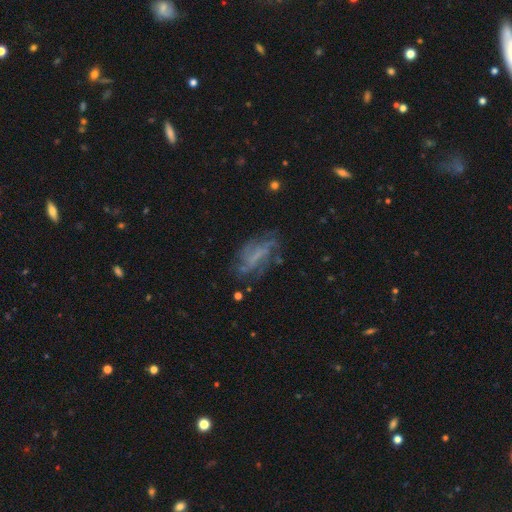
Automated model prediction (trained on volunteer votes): Overall: featured or disk (64%). Edge-on disk: no (92%). Bar: no (45%; weak 33%). Spiral arms: yes (64%; no 36%). Bulge size: none (67%). Merging: none (55%; minor disturbance 22%).